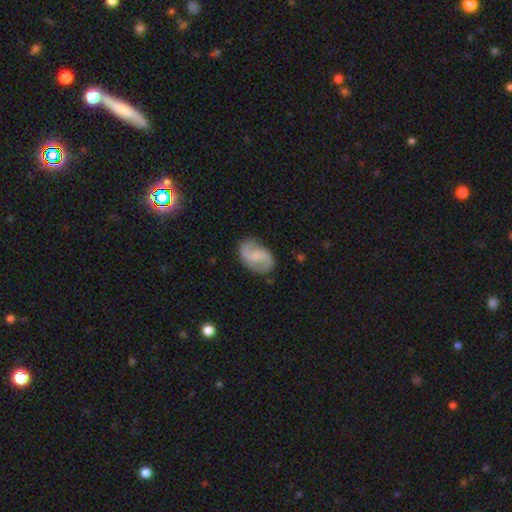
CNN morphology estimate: Smooth or featured? Predicted: featured or disk (p=0.74). Edge-on disk? Predicted: no (p=0.98). Bar? Predicted: weak (p=0.45). Spiral arms? Predicted: yes (p=0.94). Spiral winding? Predicted: loose (p=0.44). Spiral arm count? Predicted: 2 (p=0.90). Bulge size? Predicted: small (p=0.49). Merging? Predicted: none (p=0.77).